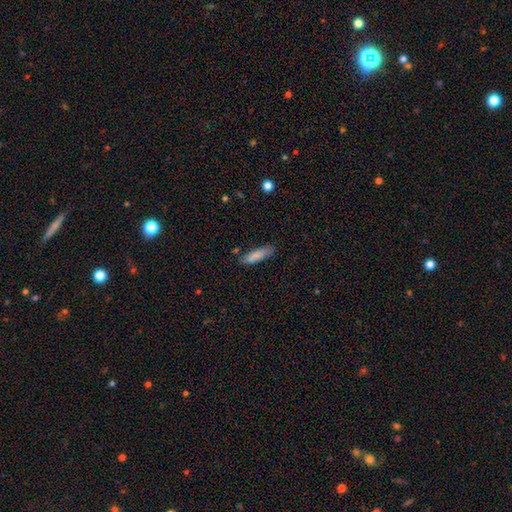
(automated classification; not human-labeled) Smooth or featured: smooth — 84% (featured or disk — 10%)
How rounded: cigar-shaped — 63% (in between — 35%)
Merging: none — 78% (minor disturbance — 16%)